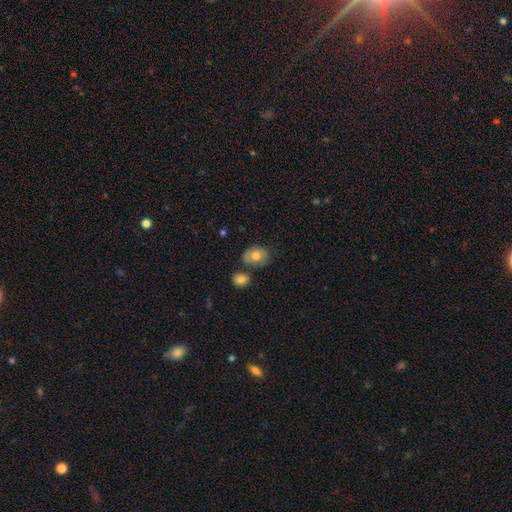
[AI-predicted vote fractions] Morphology: type=smooth (74%); roundness=in between (69%); merging=none (61%).